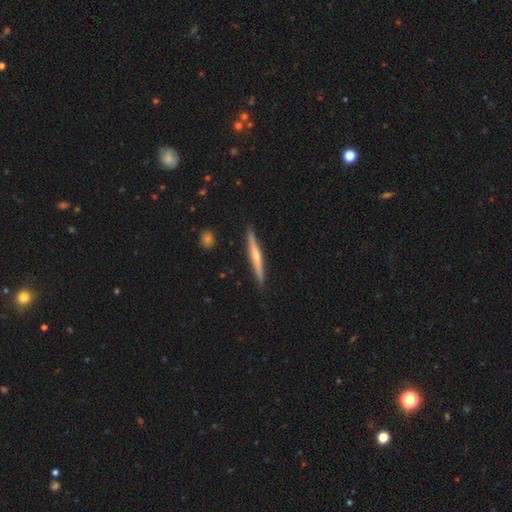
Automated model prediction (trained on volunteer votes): Smooth or featured: featured or disk — 64% (smooth — 31%)
Edge-on disk: yes — 98% (no — 2%)
Edge-on bulge: rounded — 74% (none — 22%)
Merging: none — 91% (minor disturbance — 7%)